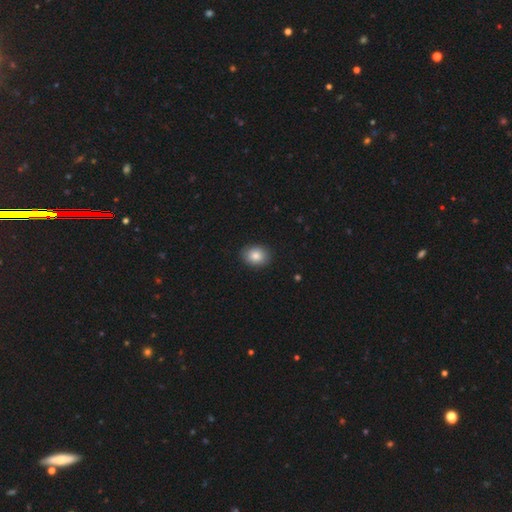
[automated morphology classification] This appears to be a smooth galaxy with no disk features (84%) that is in between round and cigar-shaped (50%). Merging: none (88%).